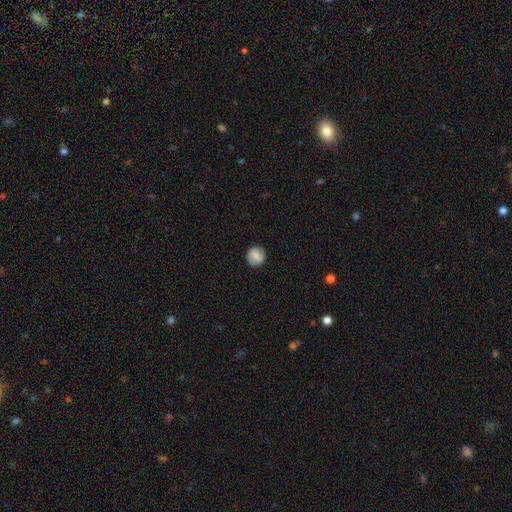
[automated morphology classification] Smooth or featured? smooth (67%)
How rounded? round (89%)
Merging? none (85%)